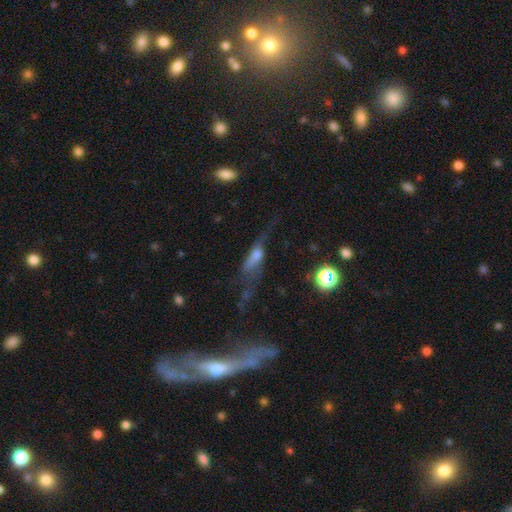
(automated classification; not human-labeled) Smooth or featured? Predicted: featured or disk (p=0.52). Edge-on disk? Predicted: yes (p=0.50, tied with no). Merging? Predicted: none (p=0.38).